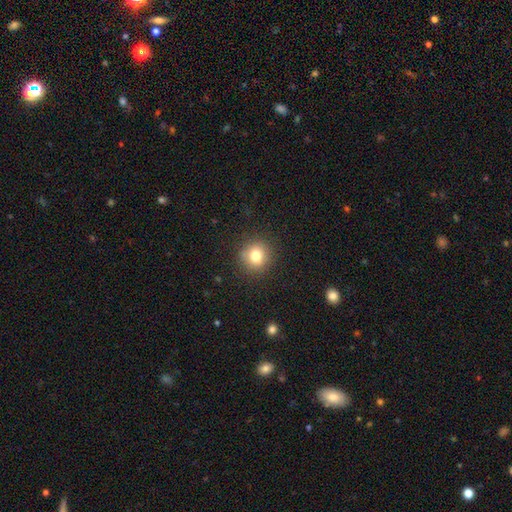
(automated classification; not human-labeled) A smooth galaxy with no disk features (78%) that is round (89%). Merging: none (88%).